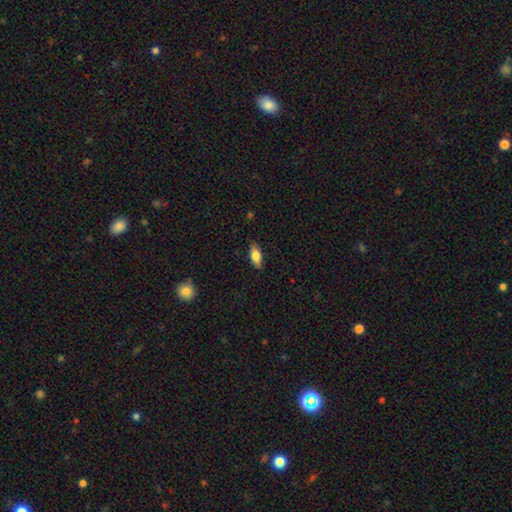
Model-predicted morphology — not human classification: smooth_or_featured: smooth (p=0.74) [alt: featured or disk p=0.19]
how_rounded: in between (p=0.81) [alt: cigar-shaped p=0.15]
merging: none (p=0.86) [alt: minor disturbance p=0.11]